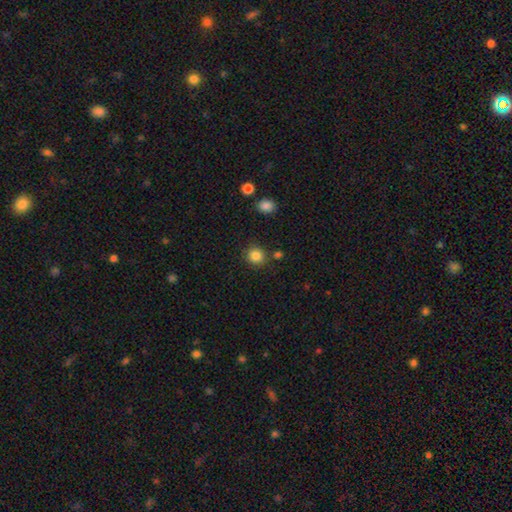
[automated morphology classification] A smooth galaxy with no disk features (85%) that is round (88%). Merging: none (83%).